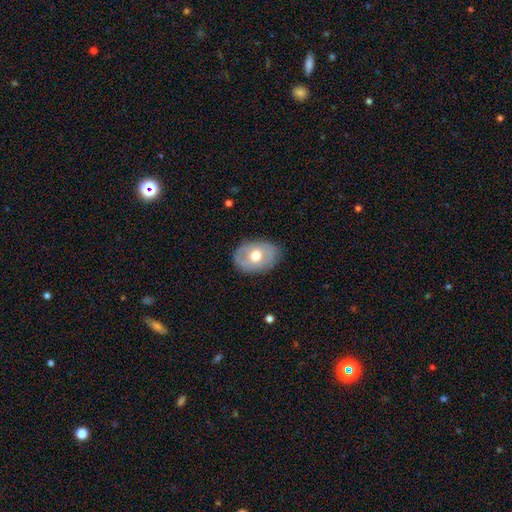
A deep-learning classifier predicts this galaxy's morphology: Smooth or featured?
  - smooth: 56% *
  - featured or disk: 37%
  - star or artifact: 6%
How rounded?
  - in between: 72% *
  - round: 27%
  - cigar-shaped: 1%
Merging?
  - none: 83% *
  - minor disturbance: 13%
  - major disturbance: 4%
  - merger: 1%